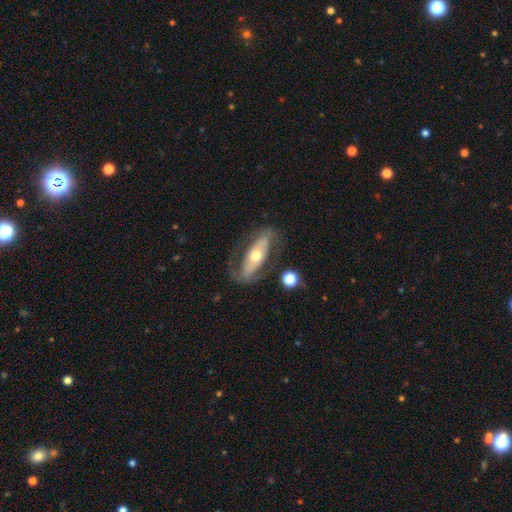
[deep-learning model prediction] A featured or disk galaxy (64%). Merging: none (67%).